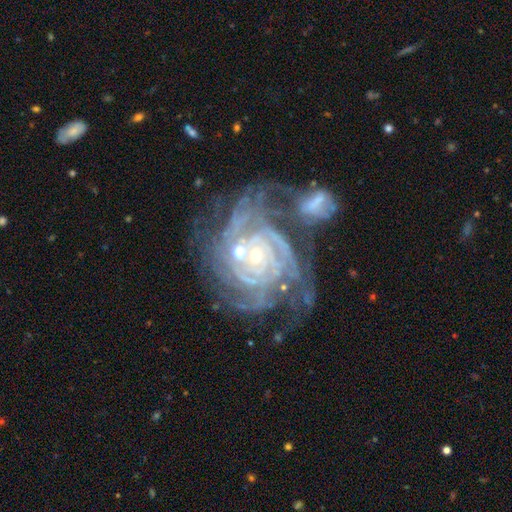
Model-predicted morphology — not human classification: This is clearly a featured or disk galaxy (90%). It is clearly not viewed edge-on (98%). Bar: likely no (70%). Spiral arm pattern: clearly yes (97%). Spiral arm count: marginally can't tell (22%, tied with 4). Spiral winding: likely tight (78%). Central bulge: likely small (66%). Merging: marginally merger (37%).